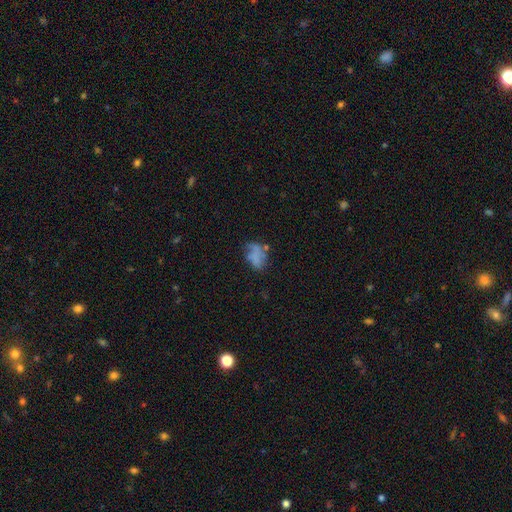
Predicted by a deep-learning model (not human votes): The model was most divided on "merging": none: 34%, major disturbance: 30%, minor disturbance: 27%, merger: 10%. More confident: how rounded — in between (82%); smooth or featured — smooth (58%).